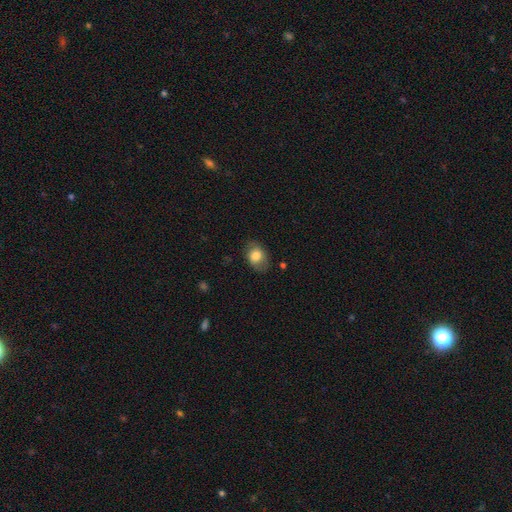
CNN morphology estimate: Smooth or featured? smooth (79%)
How rounded? in between (72%)
Merging? none (74%)